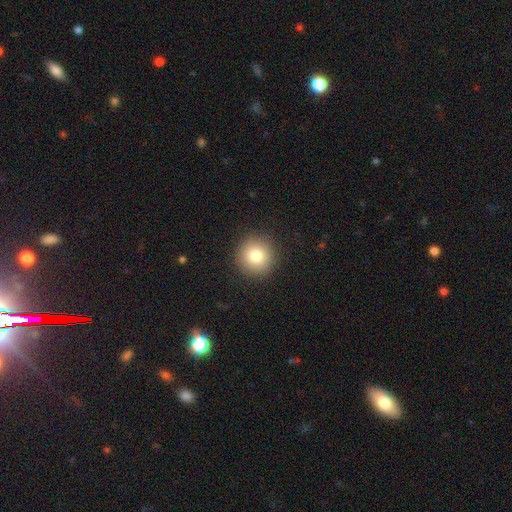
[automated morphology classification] Smooth or featured: smooth — 82% (star or artifact — 10%)
How rounded: round — 94% (in between — 5%)
Merging: none — 91% (minor disturbance — 6%)